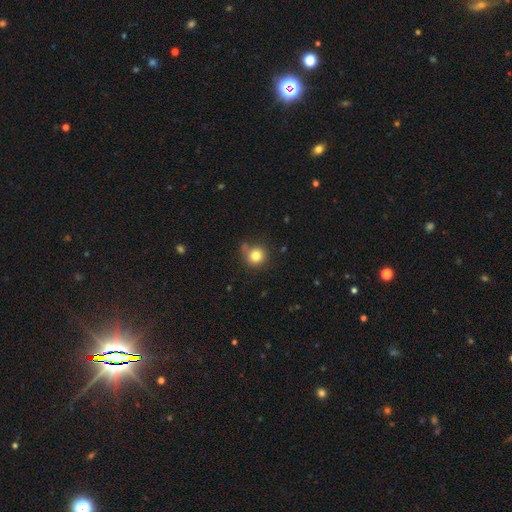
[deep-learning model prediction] The model was most divided on "merging": none: 75%, minor disturbance: 14%, merger: 7%, major disturbance: 4%. More confident: how rounded — round (92%); smooth or featured — smooth (80%).